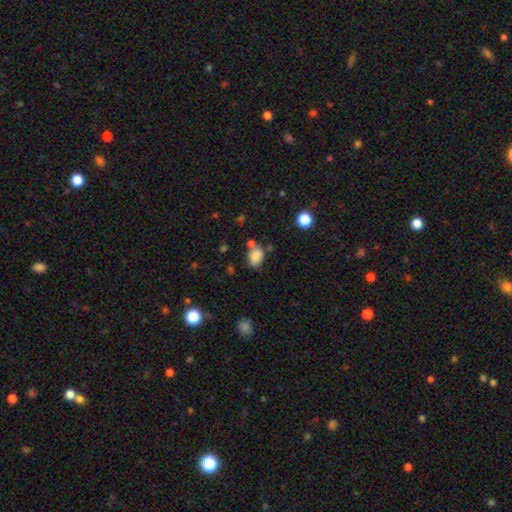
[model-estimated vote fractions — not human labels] Q: Smooth or featured?
A: smooth (84%); runner-up: star or artifact (10%)
Q: How rounded?
A: in between (73%); runner-up: round (26%)
Q: Merging?
A: none (61%); runner-up: minor disturbance (17%)